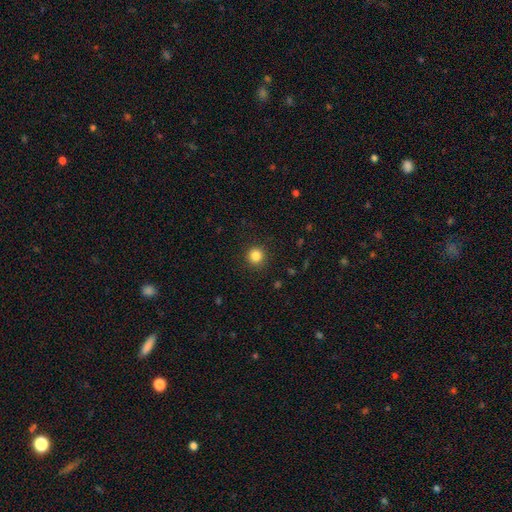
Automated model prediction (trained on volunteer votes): Smooth or featured? smooth (84%)
How rounded? round (94%)
Merging? none (91%)